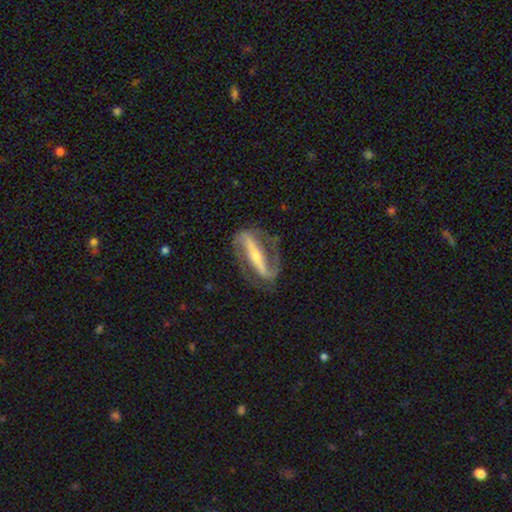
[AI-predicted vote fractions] This is clearly a featured or disk galaxy (85%). It is likely not viewed edge-on (77%). Bar: clearly strong (81%). Spiral arm pattern: clearly yes (85%). Spiral arm count: clearly 2 (87%). Spiral winding: marginally medium (43%). Central bulge: possibly small (56%). Merging: likely none (73%).